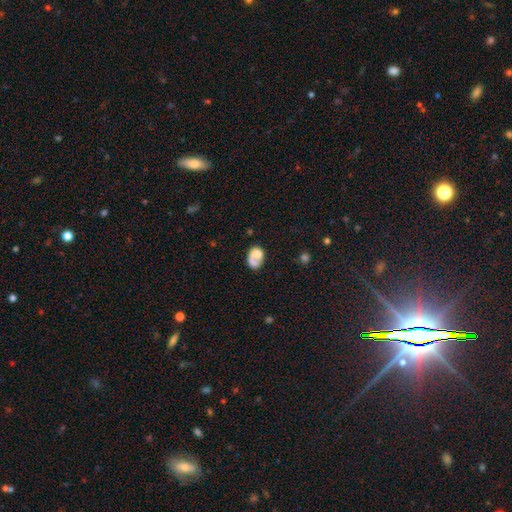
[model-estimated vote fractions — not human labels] Q: Smooth or featured?
A: smooth (64%); runner-up: featured or disk (27%)
Q: How rounded?
A: in between (69%); runner-up: round (29%)
Q: Merging?
A: none (33%); runner-up: merger (32%)